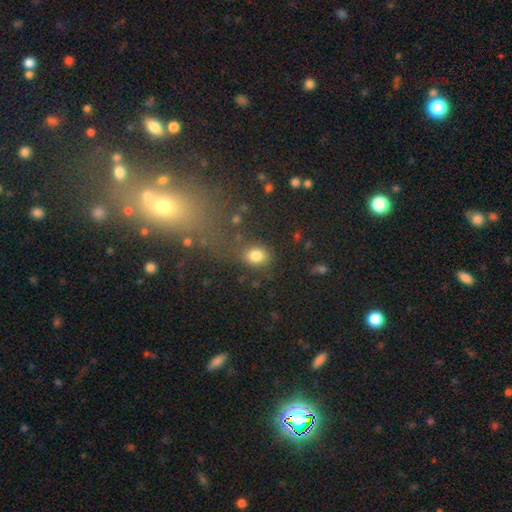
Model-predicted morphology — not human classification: This appears to be a smooth galaxy with no disk features (82%) that is round (49%, tied with in between). Merging: none (74%).